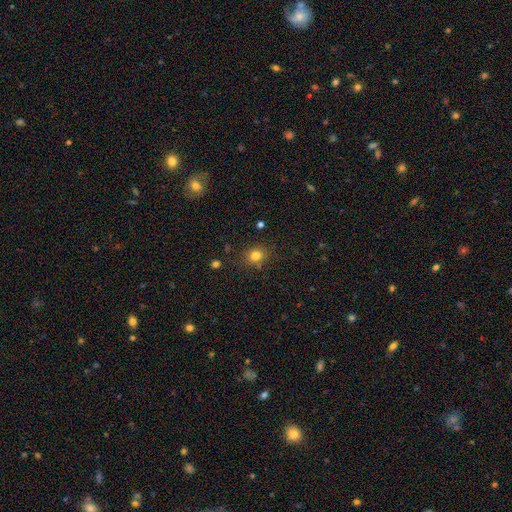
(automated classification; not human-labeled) Morphology: type=smooth (79%); roundness=round (66%); merging=none (82%).